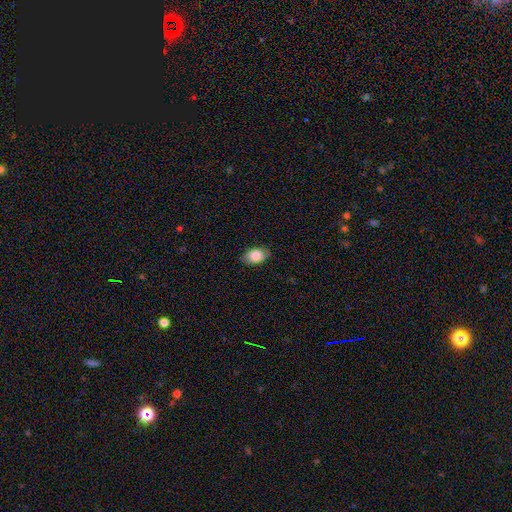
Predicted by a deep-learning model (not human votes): Smooth or featured?
  - smooth: 86% *
  - featured or disk: 8%
  - star or artifact: 7%
How rounded?
  - in between: 89% *
  - round: 9%
  - cigar-shaped: 2%
Merging?
  - none: 84% *
  - minor disturbance: 13%
  - major disturbance: 3%
  - merger: 1%